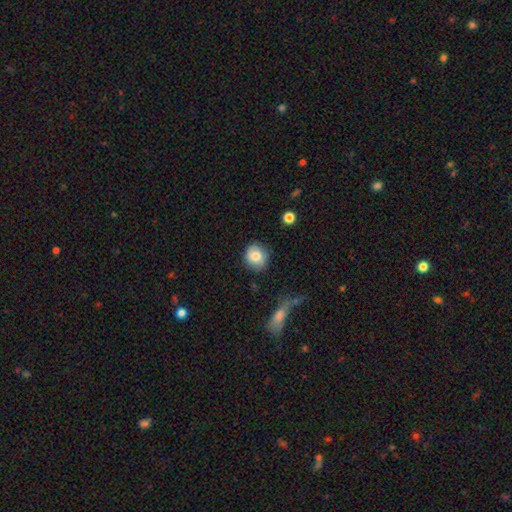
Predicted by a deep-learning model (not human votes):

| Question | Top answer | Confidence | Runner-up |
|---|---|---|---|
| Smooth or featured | smooth | 75% | featured or disk (17%) |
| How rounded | round | 83% | in between (16%) |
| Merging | none | 81% | minor disturbance (14%) |